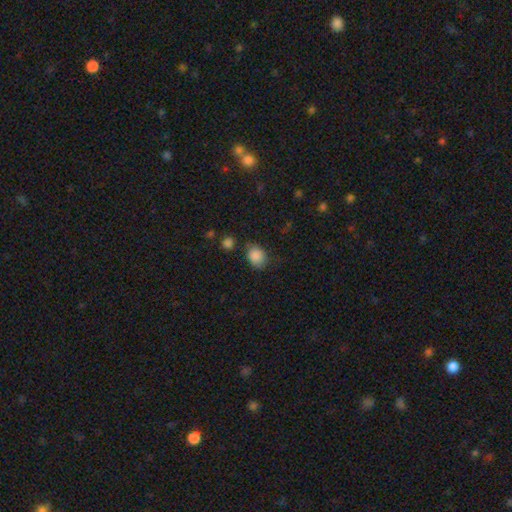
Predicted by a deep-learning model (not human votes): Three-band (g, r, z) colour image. It shows a smooth galaxy with no disk features (86%) that is in between round and cigar-shaped (54%). Merging: none (68%).